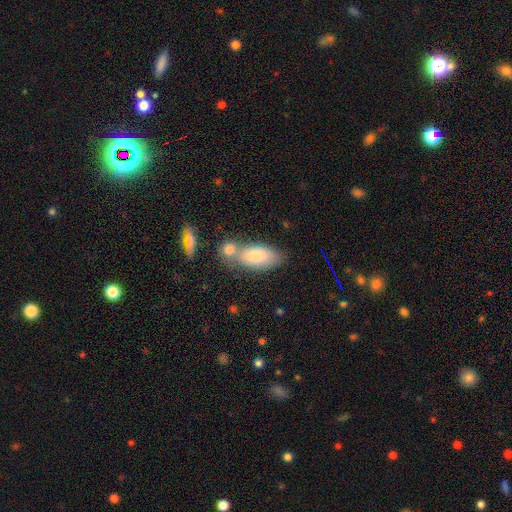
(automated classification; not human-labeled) The model was most divided on "merging": none: 43%, merger: 39%, minor disturbance: 14%, major disturbance: 5%. More confident: how rounded — in between (89%); smooth or featured — smooth (81%).